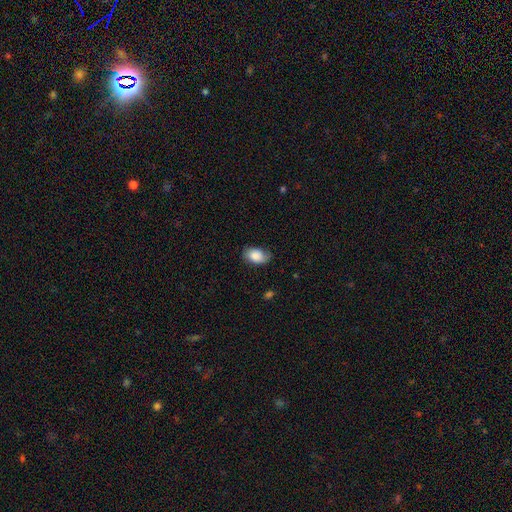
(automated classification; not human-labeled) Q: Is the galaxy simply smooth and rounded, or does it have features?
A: smooth — 79%.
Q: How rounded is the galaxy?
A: in between — 88%.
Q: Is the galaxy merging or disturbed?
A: none — 68%.